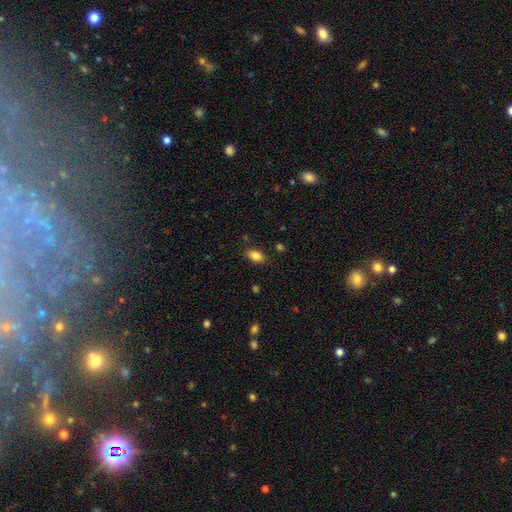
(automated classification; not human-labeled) smooth-or-featured: smooth: 85% | star or artifact: 9% | featured or disk: 6%
  how-rounded: in between: 89% | round: 8% | cigar-shaped: 3%
  merging: none: 86% | minor disturbance: 10% | major disturbance: 3% | merger: 2%